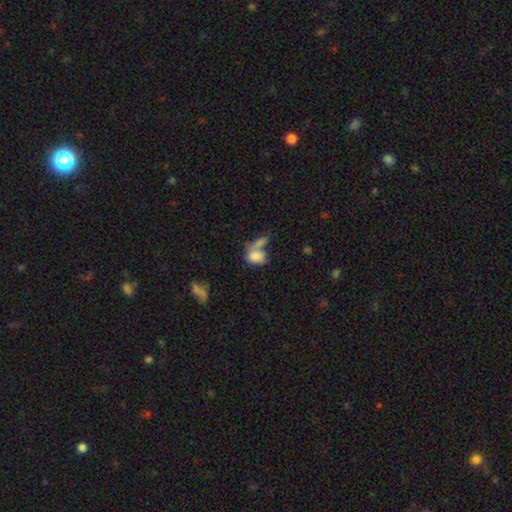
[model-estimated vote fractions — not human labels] Smooth or featured? smooth (79%)
How rounded? in between (76%)
Merging? merger (53%)